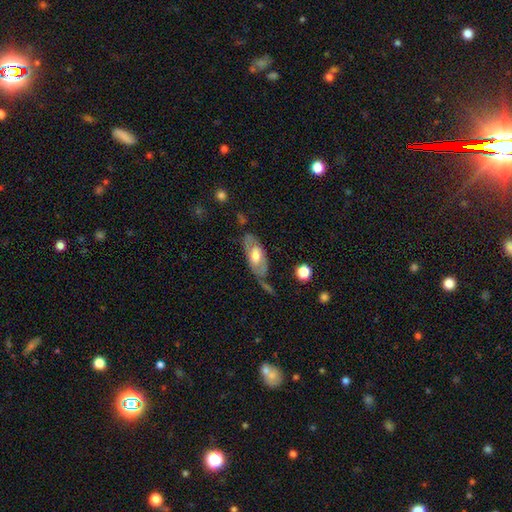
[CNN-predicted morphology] A featured or disk galaxy (55%).

Vote fractions:
- Smooth or featured? featured or disk: 55% / smooth: 39% / star or artifact: 6%
- Edge-on disk? no: 82% / yes: 18%
- Merging? none: 58% / minor disturbance: 23% / major disturbance: 11% / merger: 8%